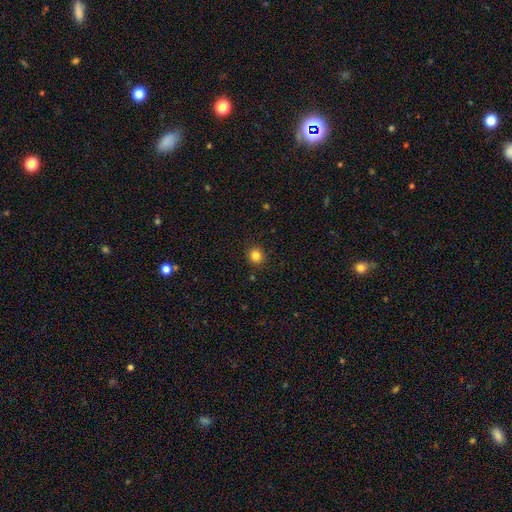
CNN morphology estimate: smooth 83%, star or artifact 12%, featured or disk 5%. Down the decision tree: how rounded — round (86%); merging — none (91%).